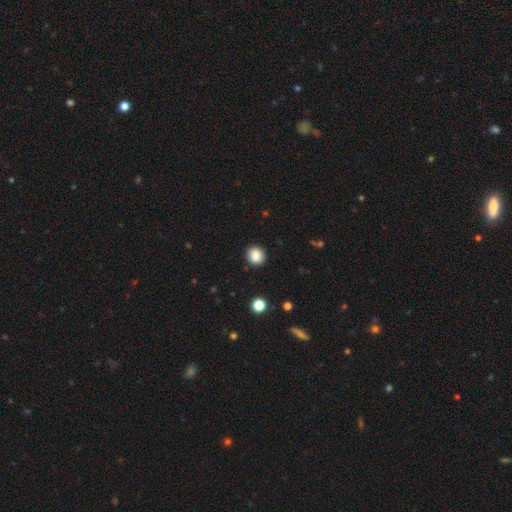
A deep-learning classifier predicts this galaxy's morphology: Smooth or featured?
  - smooth: 85% *
  - star or artifact: 10%
  - featured or disk: 5%
How rounded?
  - round: 85% *
  - in between: 14%
  - cigar-shaped: 1%
Merging?
  - none: 90% *
  - minor disturbance: 7%
  - major disturbance: 2%
  - merger: 1%